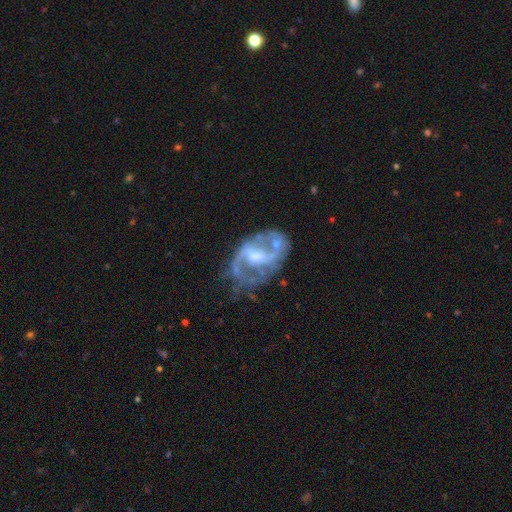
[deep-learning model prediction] Q: Smooth or featured?
A: featured or disk (84%); runner-up: smooth (9%)
Q: Edge-on disk?
A: no (97%); runner-up: yes (3%)
Q: Bar?
A: weak (49%); runner-up: no (30%)
Q: Spiral arms?
A: yes (83%); runner-up: no (17%)
Q: Spiral winding?
A: medium (45%); runner-up: loose (38%)
Q: Spiral arm count?
A: 2 (73%); runner-up: can't tell (14%)
Q: Bulge size?
A: moderate (43%); runner-up: small (41%)
Q: Merging?
A: none (48%); runner-up: minor disturbance (23%)